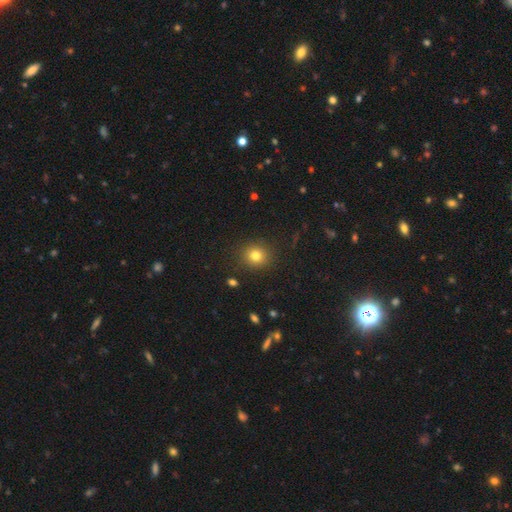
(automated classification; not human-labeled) smooth-or-featured: smooth: 79% | star or artifact: 14% | featured or disk: 7%
  how-rounded: round: 87% | in between: 12% | cigar-shaped: 1%
  merging: none: 89% | minor disturbance: 7% | major disturbance: 2% | merger: 1%